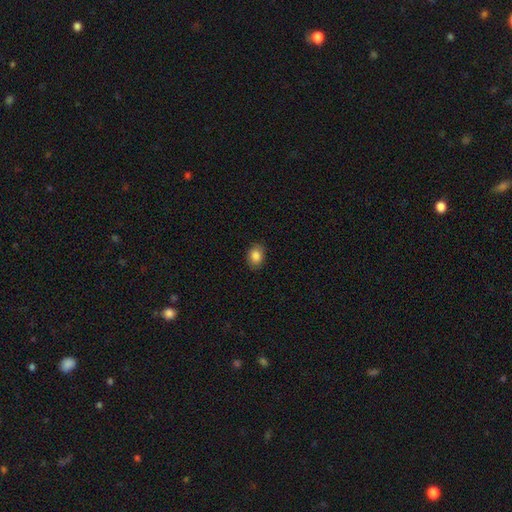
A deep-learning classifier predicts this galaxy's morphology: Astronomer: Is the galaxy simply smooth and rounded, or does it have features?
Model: smooth — 86%.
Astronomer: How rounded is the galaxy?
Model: in between — 69%.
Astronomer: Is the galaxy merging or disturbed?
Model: none — 86%.